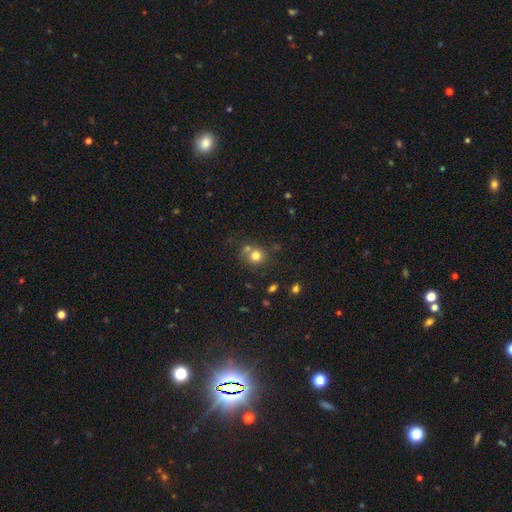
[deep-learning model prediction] A smooth galaxy with no disk features (76%) that is round (85%).

Vote fractions:
- Smooth or featured? smooth: 76% / star or artifact: 14% / featured or disk: 10%
- How rounded? round: 85% / in between: 14% / cigar-shaped: 1%
- Merging? none: 60% / merger: 24% / minor disturbance: 11% / major disturbance: 4%